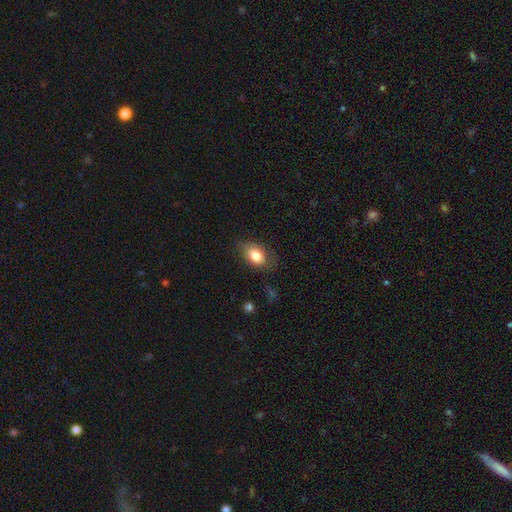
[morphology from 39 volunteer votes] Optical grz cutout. It shows a smooth galaxy with no disk features (85%) that is in between round and cigar-shaped (88%). Merging: none (62%).